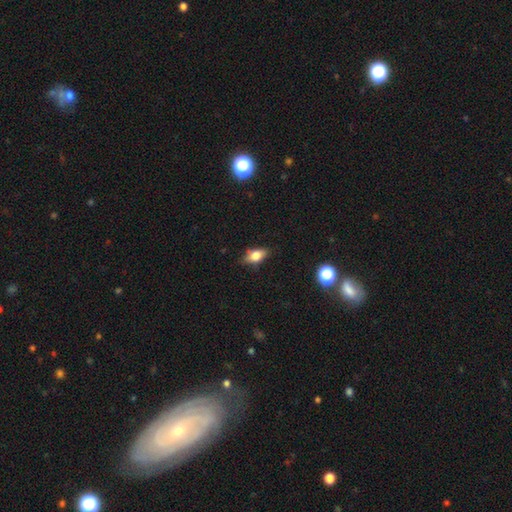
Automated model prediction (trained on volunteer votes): Q: Smooth or featured?
A: smooth (68%); runner-up: featured or disk (22%)
Q: How rounded?
A: in between (81%); runner-up: cigar-shaped (10%)
Q: Merging?
A: none (77%); runner-up: minor disturbance (18%)